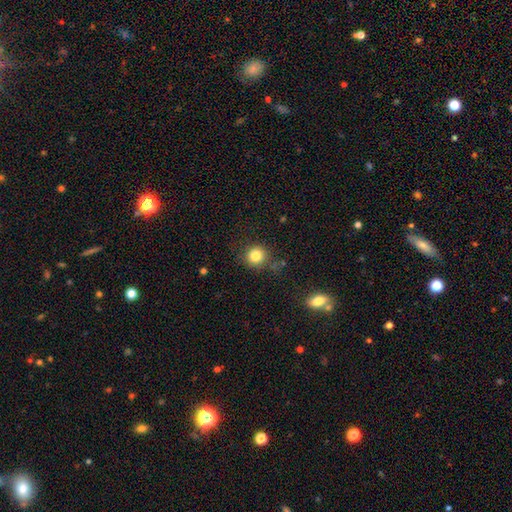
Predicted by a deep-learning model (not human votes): This appears to be a smooth galaxy with no disk features (82%) that is round (91%). Merging: none (80%).